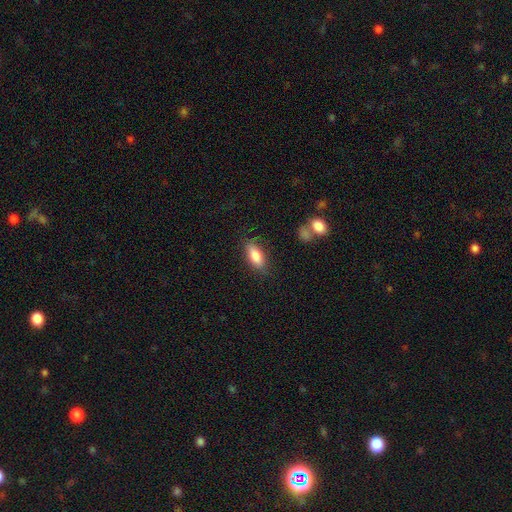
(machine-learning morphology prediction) Smooth or featured? smooth (82%)
How rounded? in between (80%)
Merging? none (76%)